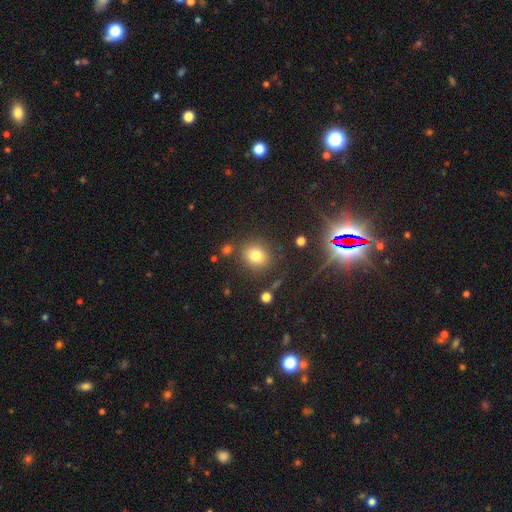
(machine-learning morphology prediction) A smooth galaxy with no disk features (78%) that is round (82%). Merging: none (83%).